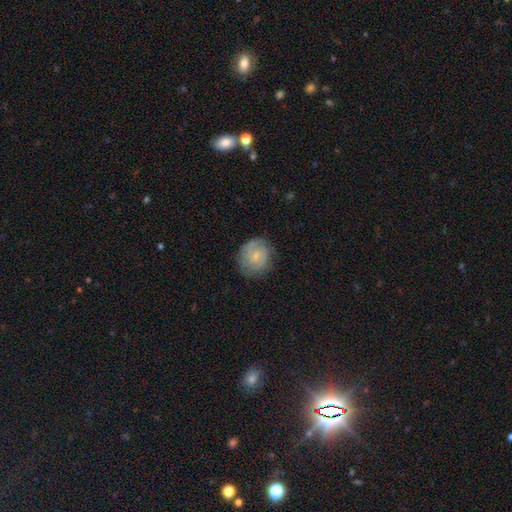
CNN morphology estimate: type=featured or disk (53%); edge-on=no (98%); bar=no (55%); spiral arms=yes (86%); bulge=small (64%); merging=none (76%).